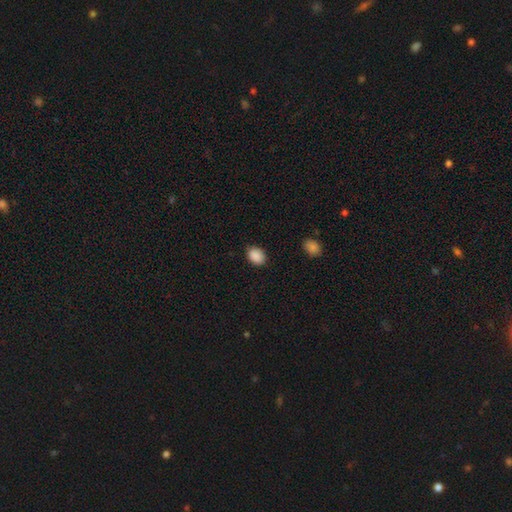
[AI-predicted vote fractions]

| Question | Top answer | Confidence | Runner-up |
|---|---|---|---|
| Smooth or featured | smooth | 89% | star or artifact (8%) |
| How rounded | in between | 63% | round (36%) |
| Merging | none | 87% | minor disturbance (10%) |